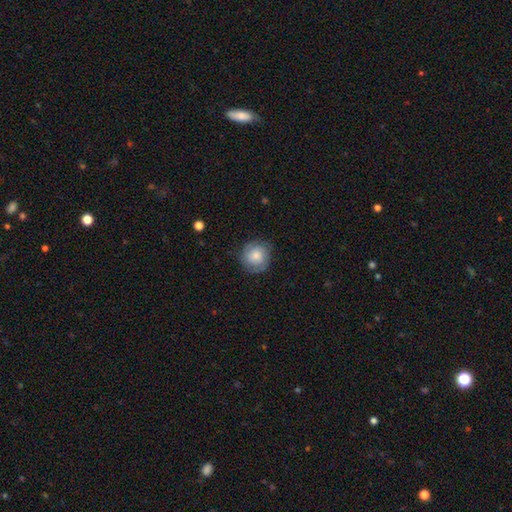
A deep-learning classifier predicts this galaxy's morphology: This appears to be a smooth galaxy with no disk features (62%) that is round (90%). Merging: none (79%).